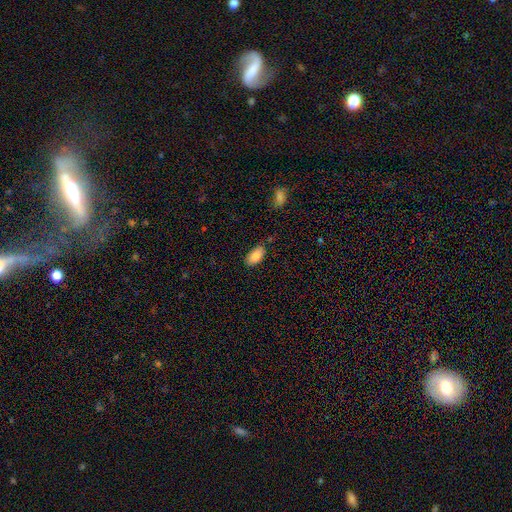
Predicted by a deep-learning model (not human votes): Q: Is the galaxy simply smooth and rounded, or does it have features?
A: smooth — 85%.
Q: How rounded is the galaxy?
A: in between — 94%.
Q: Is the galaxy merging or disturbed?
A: none — 82%.